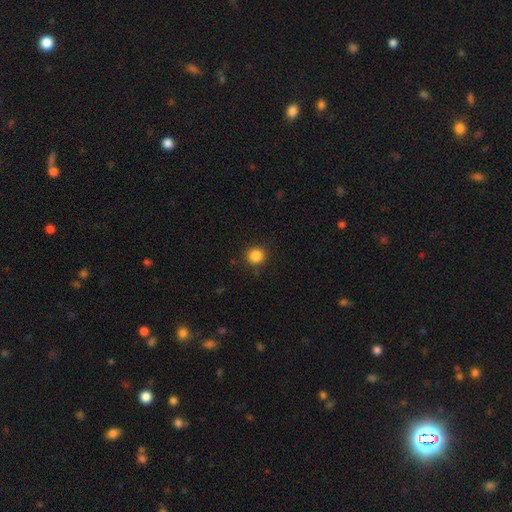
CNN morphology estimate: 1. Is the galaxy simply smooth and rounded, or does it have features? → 85% smooth, 11% star or artifact, 4% featured or disk.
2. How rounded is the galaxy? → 92% round, 7% in between, 1% cigar-shaped.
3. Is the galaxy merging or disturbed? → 90% none, 7% minor disturbance, 2% major disturbance, 1% merger.